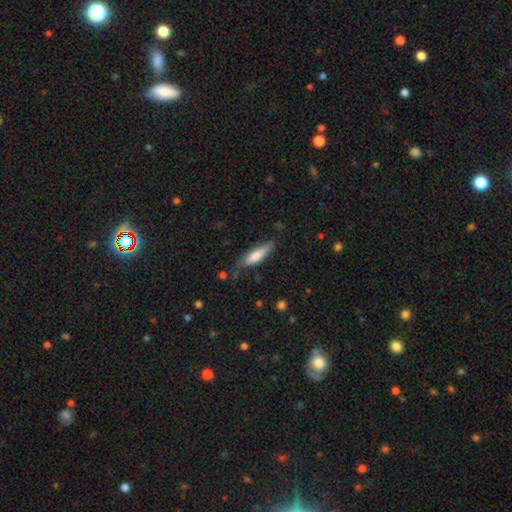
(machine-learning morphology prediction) Smooth or featured? Predicted: smooth (p=0.75). How rounded? Predicted: cigar-shaped (p=0.61). Merging? Predicted: none (p=0.64).